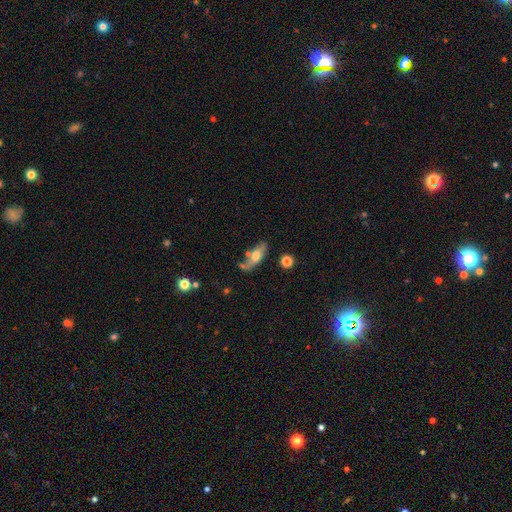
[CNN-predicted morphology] smooth_or_featured: smooth (p=0.56) [alt: featured or disk p=0.37]
how_rounded: in between (p=0.63) [alt: cigar-shaped p=0.32]
merging: none (p=0.53) [alt: minor disturbance p=0.22]